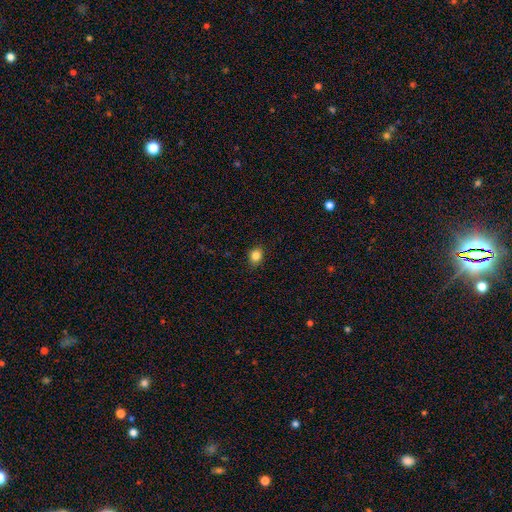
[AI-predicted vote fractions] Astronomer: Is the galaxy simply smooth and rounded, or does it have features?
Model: smooth — 84%.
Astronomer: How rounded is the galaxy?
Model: round — 59% (runner-up: in between, 40%).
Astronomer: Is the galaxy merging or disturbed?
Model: none — 89%.